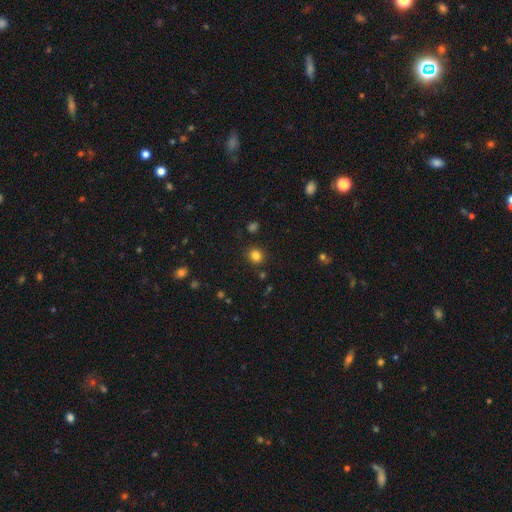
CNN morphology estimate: smooth-or-featured: smooth: 82% | star or artifact: 14% | featured or disk: 5%
  how-rounded: round: 89% | in between: 10% | cigar-shaped: 1%
  merging: none: 89% | minor disturbance: 7% | major disturbance: 2% | merger: 2%